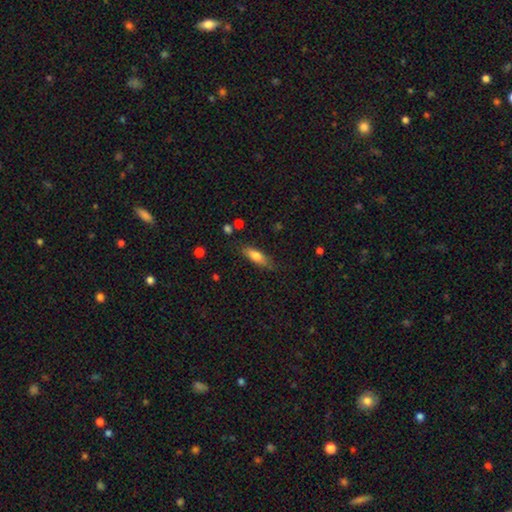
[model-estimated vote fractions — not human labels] Smooth or featured?
  - smooth: 74% *
  - featured or disk: 19%
  - star or artifact: 7%
How rounded?
  - in between: 59% *
  - cigar-shaped: 39%
  - round: 3%
Merging?
  - none: 77% *
  - minor disturbance: 17%
  - major disturbance: 4%
  - merger: 2%